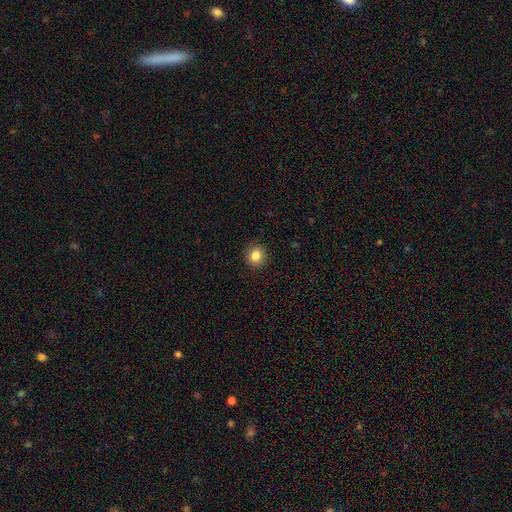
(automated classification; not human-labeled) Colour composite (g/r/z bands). It shows a smooth galaxy with no disk features (84%) that is round (88%). Merging: none (92%).